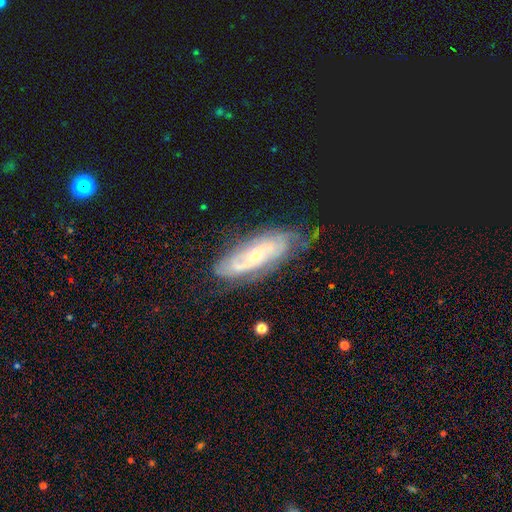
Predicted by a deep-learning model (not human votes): smooth-or-featured: featured or disk: 78% | smooth: 15% | star or artifact: 6%
  disk-edge-on: no: 87% | yes: 13%
    bar: no: 66% | weak: 25% | strong: 10%
    has-spiral-arms: yes: 88% | no: 12%
      spiral-winding: tight: 59% | medium: 30% | loose: 11%
      spiral-arm-count: can't tell: 44% | 2: 34% | 3: 10% | 4: 5% | 1: 4% | more than 4: 3%
    bulge-size: small: 68% | moderate: 28% | large: 1% | none: 1% | dominant: 1%
  merging: none: 70% | minor disturbance: 21% | major disturbance: 7% | merger: 2%